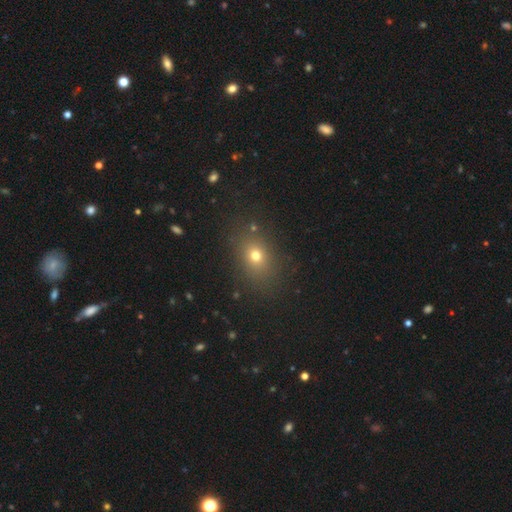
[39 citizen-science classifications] A smooth galaxy with no disk features (74%) that is in between round and cigar-shaped (59%).

Vote fractions:
- Smooth or featured? smooth: 74% / featured or disk: 15% / star or artifact: 10%
- How rounded? in between: 59% / round: 41% / cigar-shaped: 0%
- Merging? none: 91% / minor disturbance: 9% / major disturbance: 0% / merger: 0%